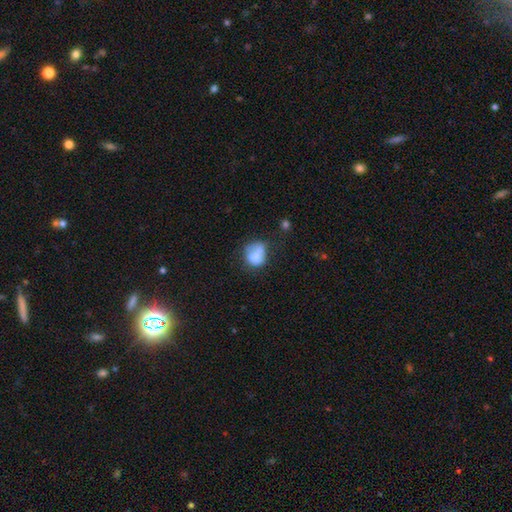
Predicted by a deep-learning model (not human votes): Smooth or featured: smooth — 71% (featured or disk — 19%)
How rounded: in between — 50% (round — 48%)
Merging: none — 34% (minor disturbance — 30%)